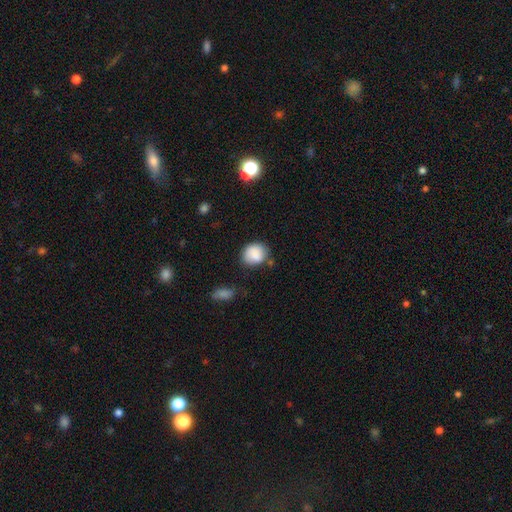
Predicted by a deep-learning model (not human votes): Smooth or featured: smooth — 86% (star or artifact — 8%)
How rounded: round — 70% (in between — 29%)
Merging: none — 68% (minor disturbance — 20%)